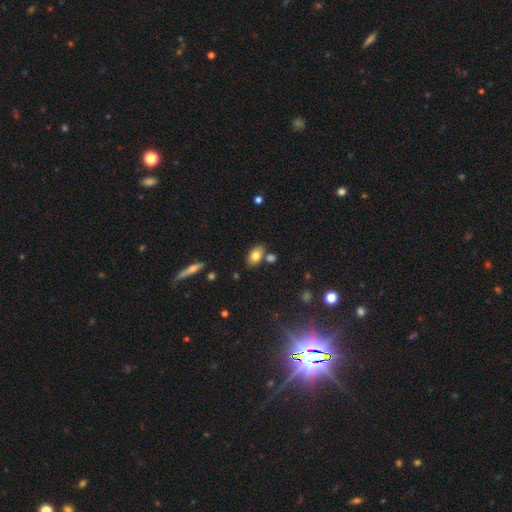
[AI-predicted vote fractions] Q: Smooth or featured?
A: smooth (79%); runner-up: featured or disk (13%)
Q: How rounded?
A: in between (87%); runner-up: round (10%)
Q: Merging?
A: none (74%); runner-up: merger (12%)